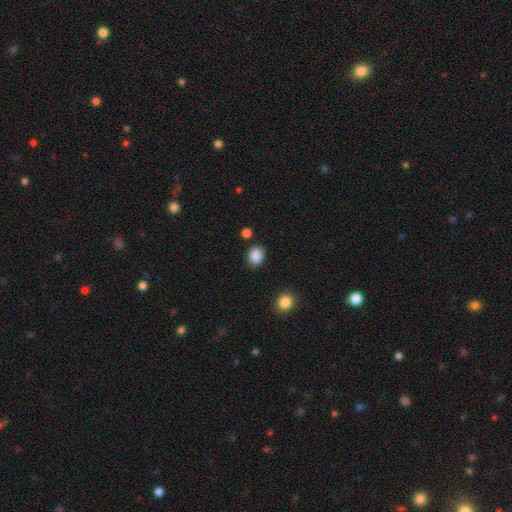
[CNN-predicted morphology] Smooth or featured?
  - smooth: 87% *
  - star or artifact: 9%
  - featured or disk: 4%
How rounded?
  - in between: 61% *
  - round: 38%
  - cigar-shaped: 1%
Merging?
  - none: 79% *
  - minor disturbance: 14%
  - merger: 4%
  - major disturbance: 3%